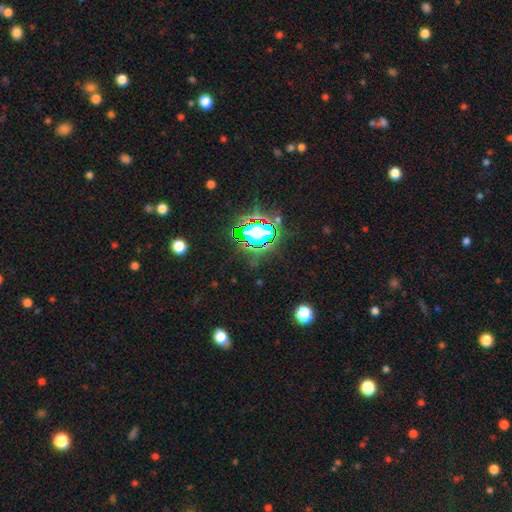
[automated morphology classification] This appears to be a star or artifact, not a galaxy (78%).